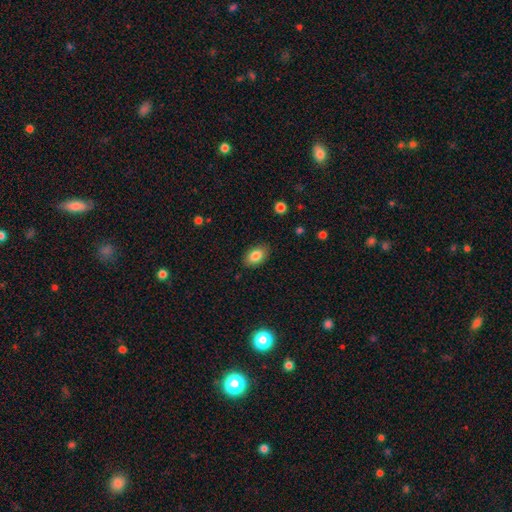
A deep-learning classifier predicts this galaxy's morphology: Smooth or featured?
  - smooth: 84% *
  - star or artifact: 8%
  - featured or disk: 8%
How rounded?
  - in between: 90% *
  - round: 8%
  - cigar-shaped: 2%
Merging?
  - none: 86% *
  - minor disturbance: 10%
  - major disturbance: 2%
  - merger: 1%